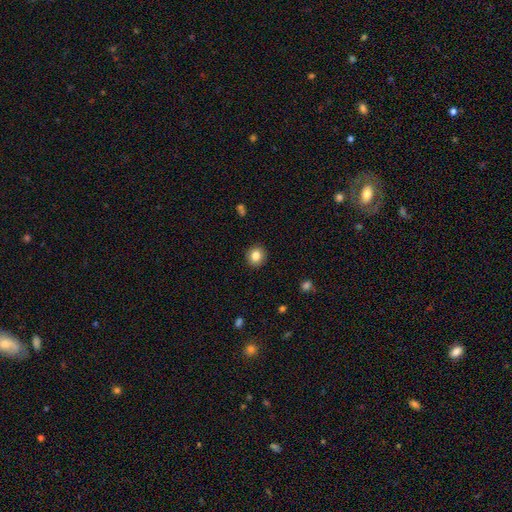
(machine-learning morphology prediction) smooth-or-featured: smooth: 83% | star or artifact: 10% | featured or disk: 7%
  how-rounded: round: 86% | in between: 13% | cigar-shaped: 1%
  merging: none: 92% | minor disturbance: 6% | major disturbance: 2% | merger: 1%